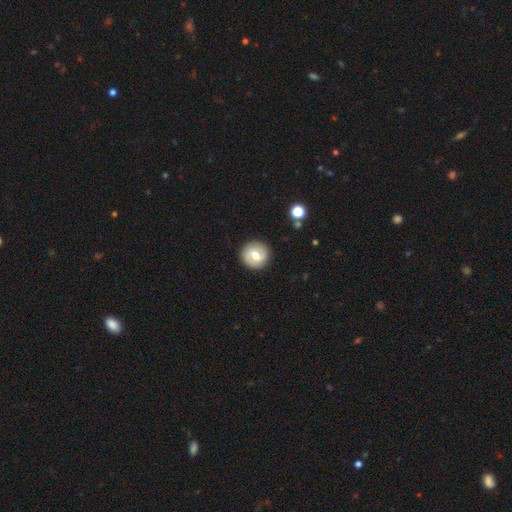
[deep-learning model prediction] smooth 53%, featured or disk 40%, star or artifact 7%. Down the decision tree: how rounded — round (93%); merging — none (89%).